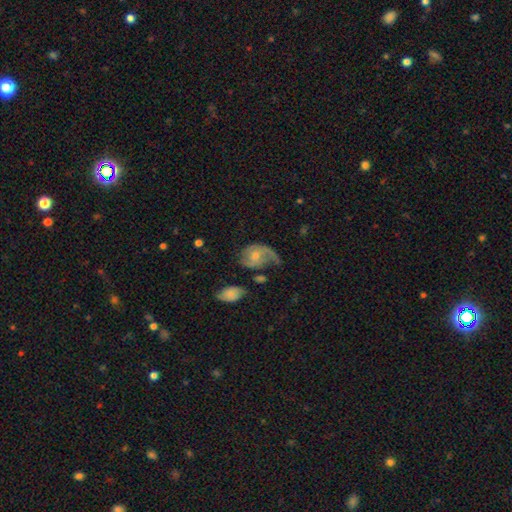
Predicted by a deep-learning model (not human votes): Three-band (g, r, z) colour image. It shows a featured or disk galaxy (68%) with no bar (71%), 1 (48%) loose (40%) spiral arms (86%) and a small central bulge (47%). Merging: none (35%).